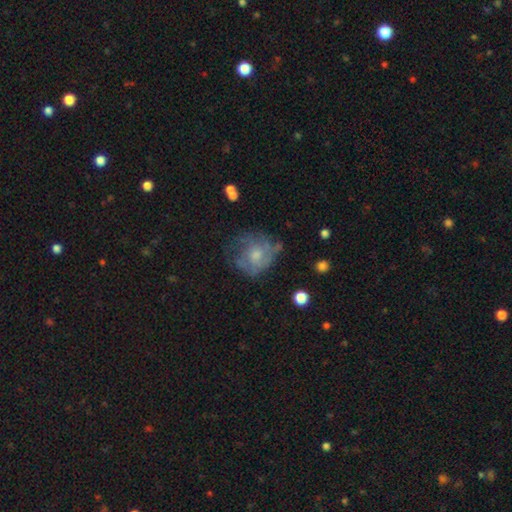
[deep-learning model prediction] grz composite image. It shows a featured or disk galaxy (53%) with no bar (81%), spiral arms (57%) and a moderate central bulge (46%). Merging: none (48%).